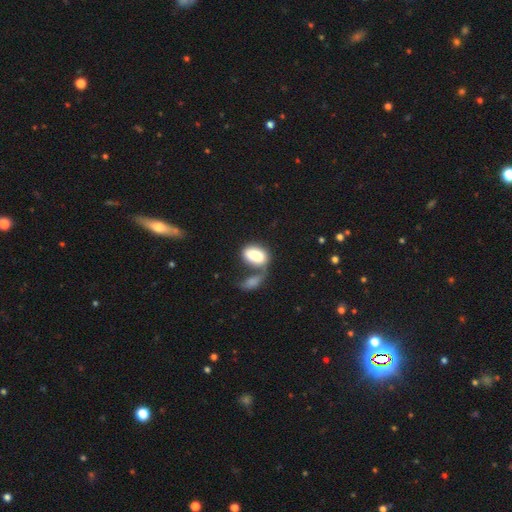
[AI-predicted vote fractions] Morphology: type=smooth (81%); roundness=in between (89%); merging=merger (50%).